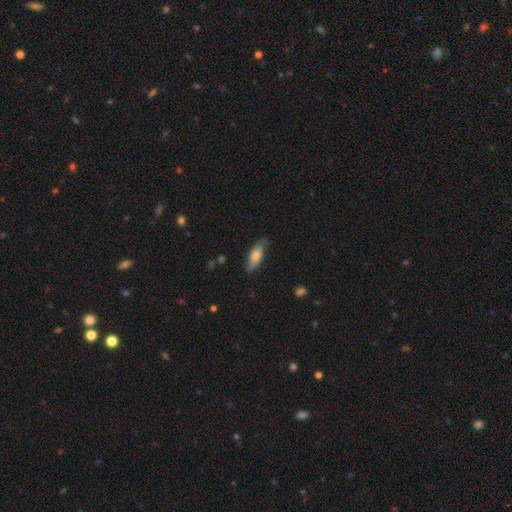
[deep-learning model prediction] A smooth galaxy with no disk features (61%) that is in between round and cigar-shaped (66%).

Vote fractions:
- Smooth or featured? smooth: 61% / featured or disk: 33% / star or artifact: 6%
- How rounded? in between: 66% / cigar-shaped: 32% / round: 2%
- Merging? none: 76% / minor disturbance: 19% / major disturbance: 4% / merger: 1%